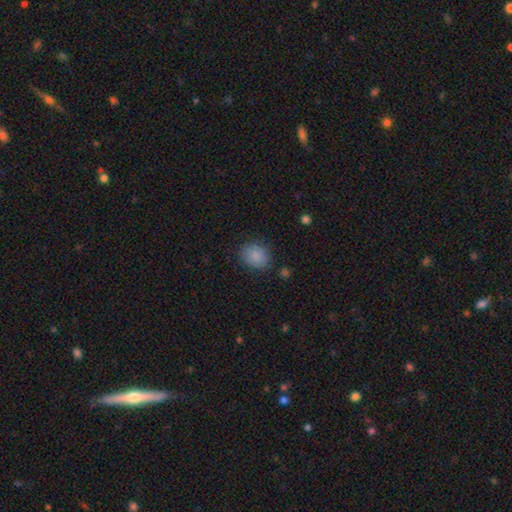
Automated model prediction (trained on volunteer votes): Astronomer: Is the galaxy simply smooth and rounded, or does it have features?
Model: smooth — 86%.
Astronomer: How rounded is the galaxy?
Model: round — 54% (runner-up: in between, 45%).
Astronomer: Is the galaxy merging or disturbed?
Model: none — 81%.